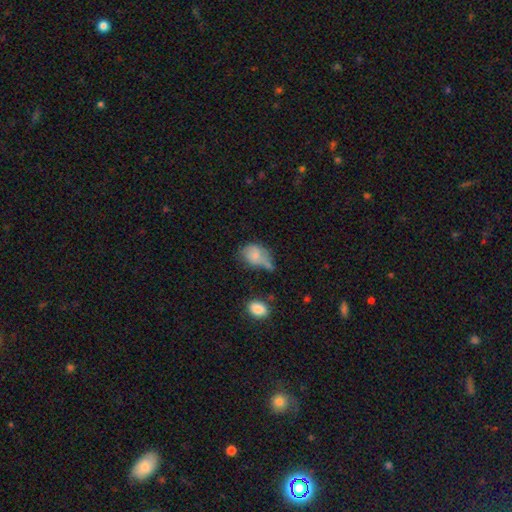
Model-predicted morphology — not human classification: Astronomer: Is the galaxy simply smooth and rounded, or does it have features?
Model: smooth — 71%.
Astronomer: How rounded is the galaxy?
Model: in between — 66%.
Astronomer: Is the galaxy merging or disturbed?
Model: minor disturbance — 30% (runner-up: none, 29%).